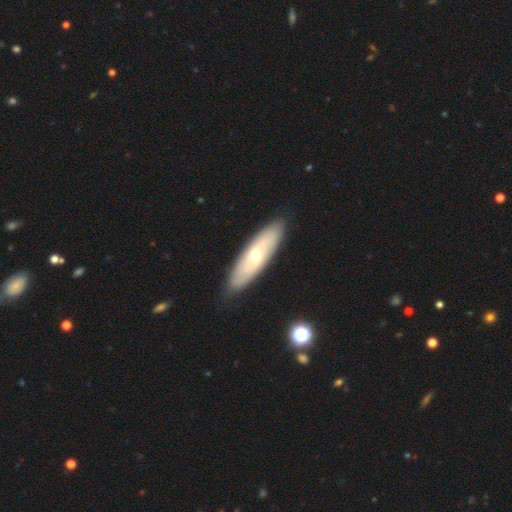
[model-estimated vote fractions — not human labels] Overall: featured or disk (54%; smooth 40%). Edge-on disk: no (68%; yes 32%). Merging: none (86%).